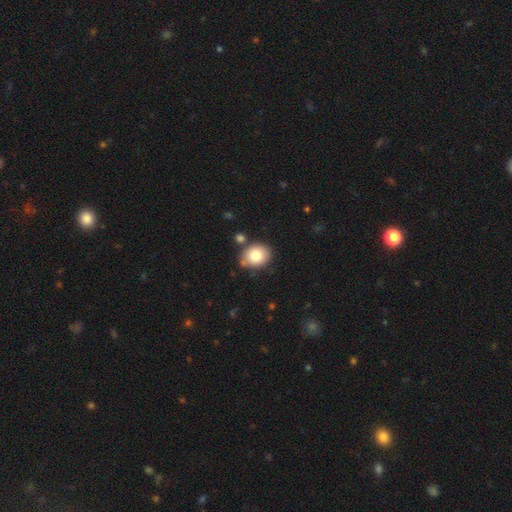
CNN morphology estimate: A smooth galaxy with no disk features (79%) that is round (55%).

Vote fractions:
- Smooth or featured? smooth: 79% / featured or disk: 12% / star or artifact: 9%
- How rounded? round: 55% / in between: 44% / cigar-shaped: 1%
- Merging? none: 75% / minor disturbance: 14% / merger: 8% / major disturbance: 3%